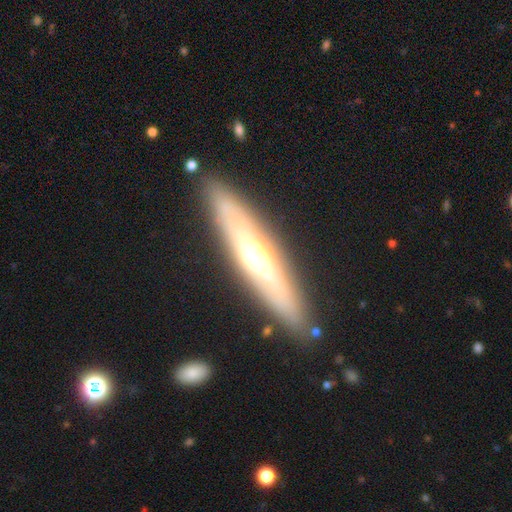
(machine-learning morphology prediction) This appears to be a featured or disk galaxy (59%) viewed edge-on (81%). Merging: none (87%).